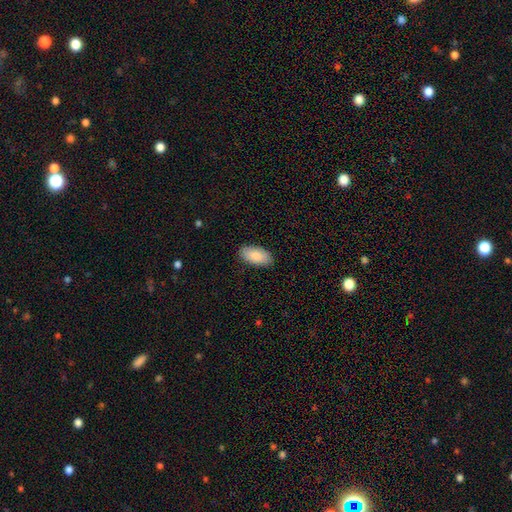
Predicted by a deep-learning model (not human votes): Smooth or featured?
  - smooth: 86% *
  - featured or disk: 8%
  - star or artifact: 6%
How rounded?
  - in between: 95% *
  - cigar-shaped: 3%
  - round: 2%
Merging?
  - none: 87% *
  - minor disturbance: 10%
  - major disturbance: 2%
  - merger: 1%